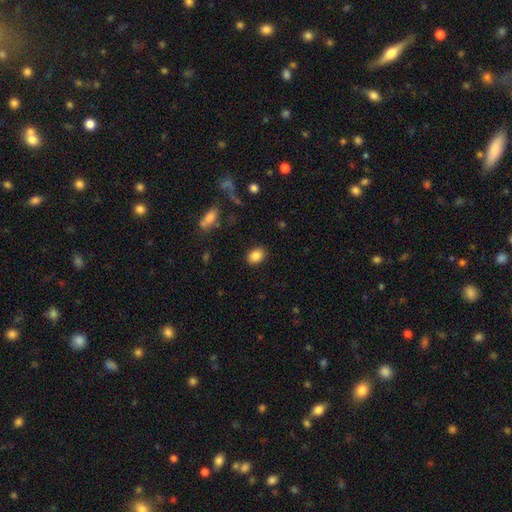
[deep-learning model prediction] smooth-or-featured: smooth: 86% | star or artifact: 9% | featured or disk: 5%
  how-rounded: in between: 65% | round: 34% | cigar-shaped: 1%
  merging: none: 88% | minor disturbance: 9% | major disturbance: 3% | merger: 1%